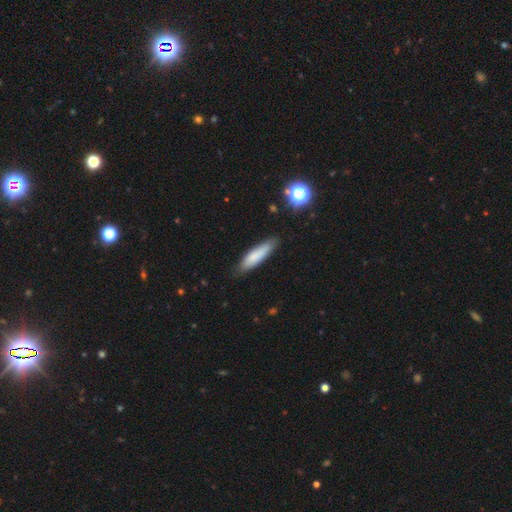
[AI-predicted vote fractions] Smooth or featured: smooth — 80% (featured or disk — 13%)
How rounded: cigar-shaped — 71% (in between — 28%)
Merging: none — 82% (minor disturbance — 14%)